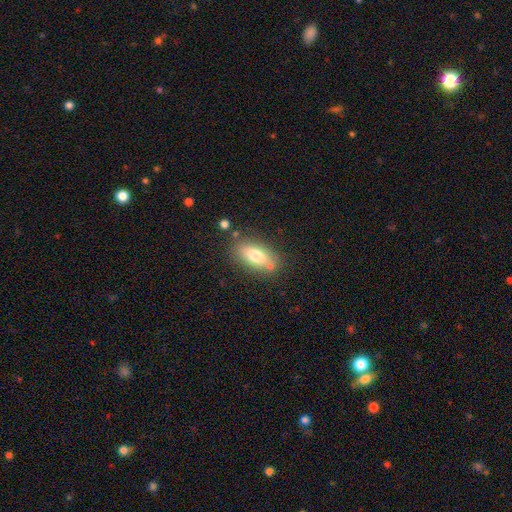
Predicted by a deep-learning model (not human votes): Smooth or featured? Predicted: smooth (p=0.74). How rounded? Predicted: in between (p=0.85). Merging? Predicted: none (p=0.74).